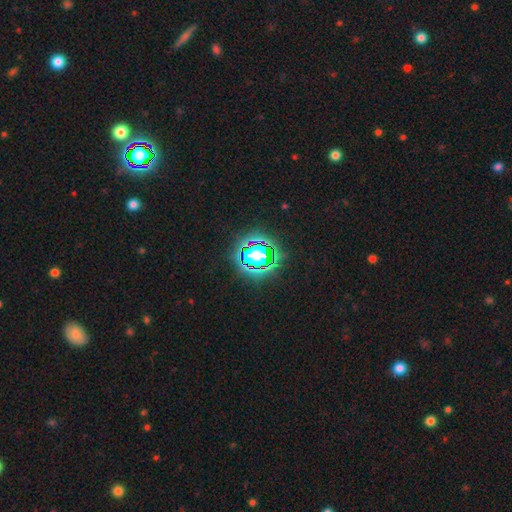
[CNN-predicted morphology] smooth-or-featured: star or artifact: 81% | smooth: 11% | featured or disk: 8%